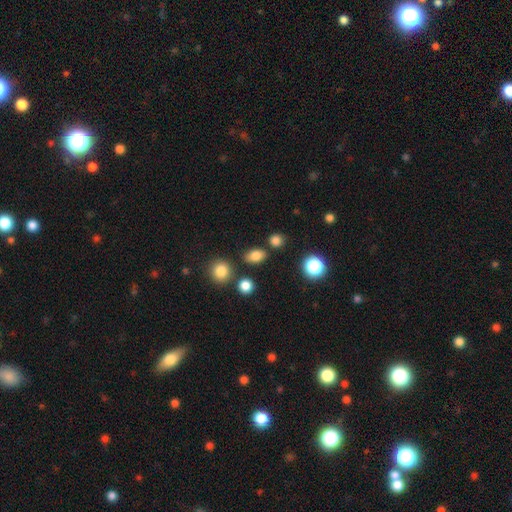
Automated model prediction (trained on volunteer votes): A smooth galaxy with no disk features (82%) that is in between round and cigar-shaped (77%). Merging: none (82%).